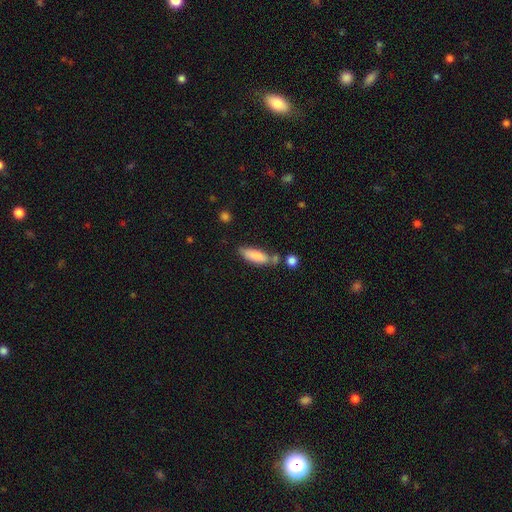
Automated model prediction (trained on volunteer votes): A smooth galaxy with no disk features (84%) that is in between round and cigar-shaped (56%). Merging: none (60%).